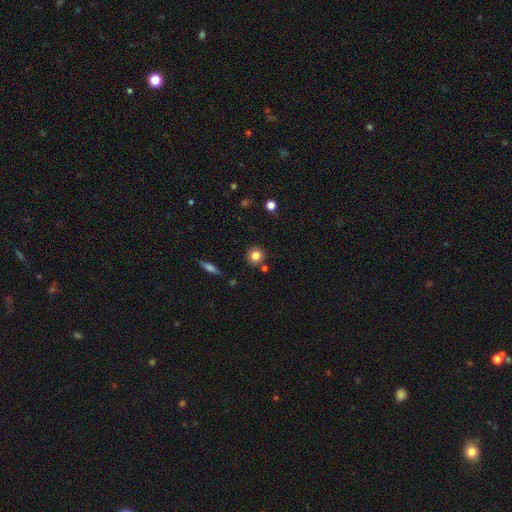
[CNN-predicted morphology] Overall: smooth (81%). How rounded: round (92%). Merging: none (84%).